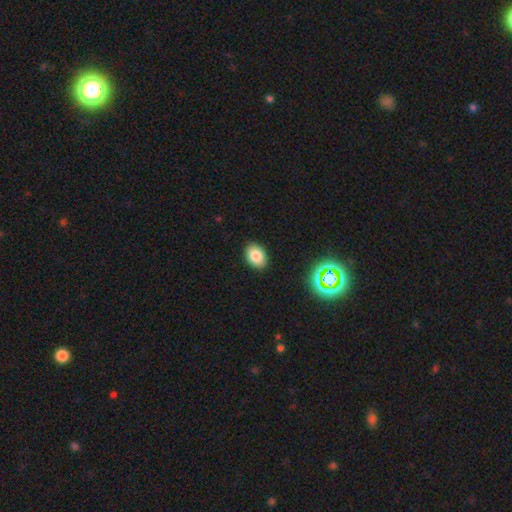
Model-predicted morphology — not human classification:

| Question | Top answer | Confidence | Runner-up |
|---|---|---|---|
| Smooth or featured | smooth | 83% | star or artifact (10%) |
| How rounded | in between | 82% | round (17%) |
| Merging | none | 89% | minor disturbance (8%) |